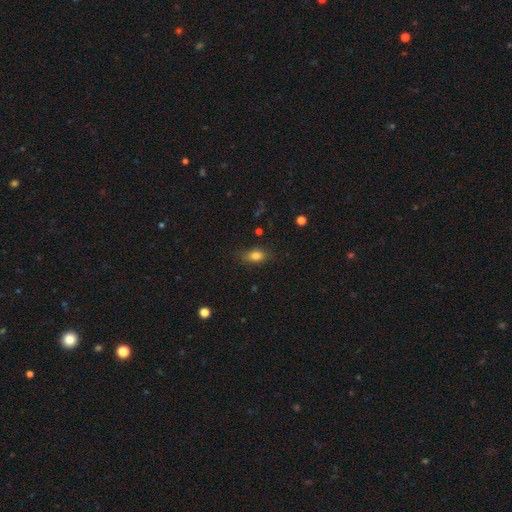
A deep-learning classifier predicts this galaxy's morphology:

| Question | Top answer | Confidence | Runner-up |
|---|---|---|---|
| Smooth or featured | smooth | 81% | star or artifact (10%) |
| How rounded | in between | 81% | round (14%) |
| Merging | none | 77% | minor disturbance (17%) |